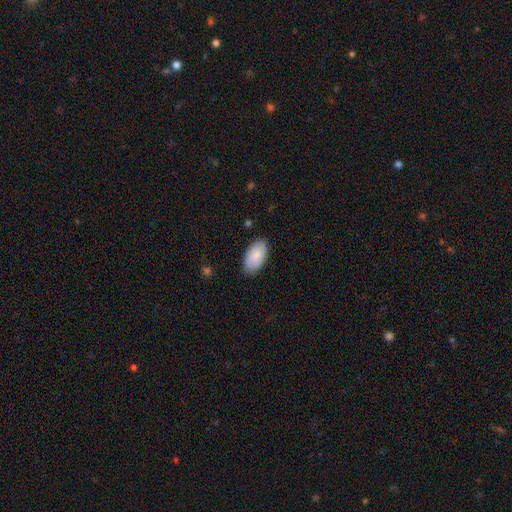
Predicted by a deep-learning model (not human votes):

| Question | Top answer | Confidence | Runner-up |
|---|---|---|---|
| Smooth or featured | smooth | 86% | featured or disk (8%) |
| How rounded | in between | 96% | round (2%) |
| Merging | none | 84% | minor disturbance (12%) |